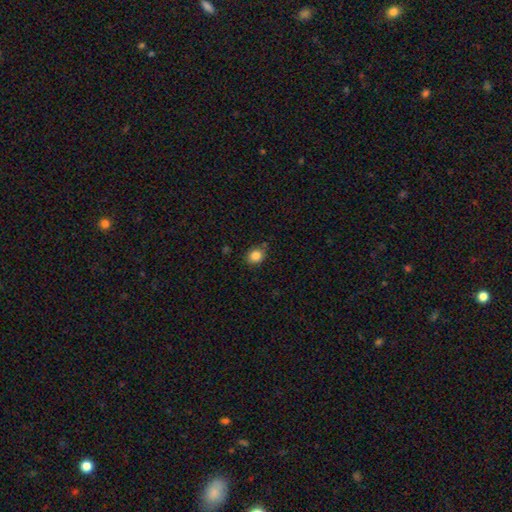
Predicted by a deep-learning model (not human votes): This is clearly a smooth galaxy (85%). How rounded: likely round (66%). Merging: likely none (77%).